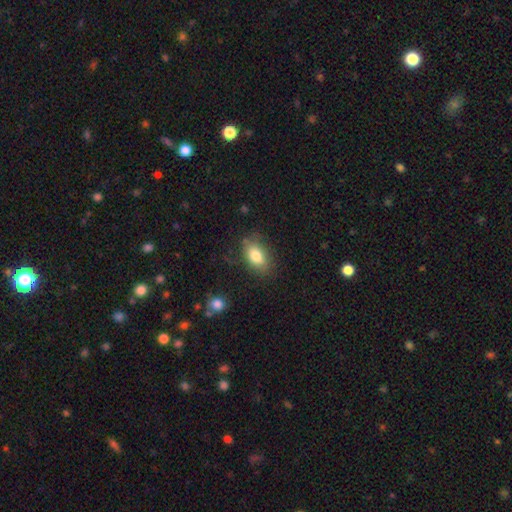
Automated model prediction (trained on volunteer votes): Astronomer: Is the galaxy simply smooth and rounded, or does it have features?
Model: smooth — 79%.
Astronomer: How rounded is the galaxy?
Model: in between — 87%.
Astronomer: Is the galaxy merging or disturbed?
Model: none — 76%.